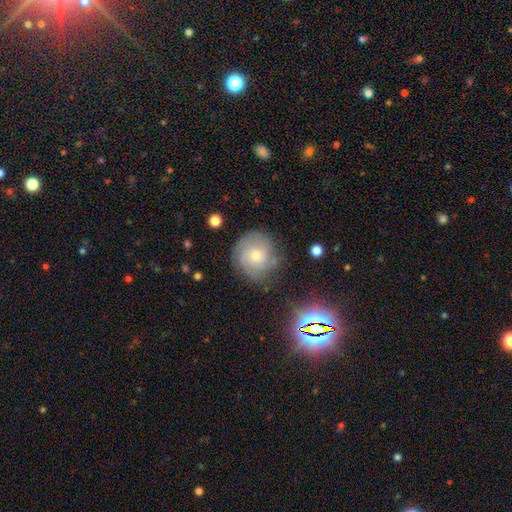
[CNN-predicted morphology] smooth_or_featured: featured or disk (p=0.52) [alt: smooth p=0.38]
disk_edge_on: no (p=0.97) [alt: yes p=0.03]
bar: no (p=0.78) [alt: weak p=0.19]
has_spiral_arms: yes (p=0.83) [alt: no p=0.17]
bulge_size: small (p=0.48) [alt: moderate p=0.46]
merging: none (p=0.72) [alt: minor disturbance p=0.19]